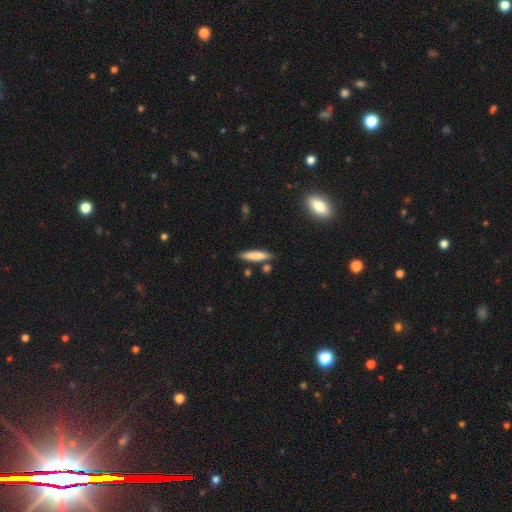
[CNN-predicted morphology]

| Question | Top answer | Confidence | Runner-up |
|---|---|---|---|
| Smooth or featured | smooth | 80% | featured or disk (13%) |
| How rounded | cigar-shaped | 83% | in between (16%) |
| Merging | none | 80% | minor disturbance (12%) |